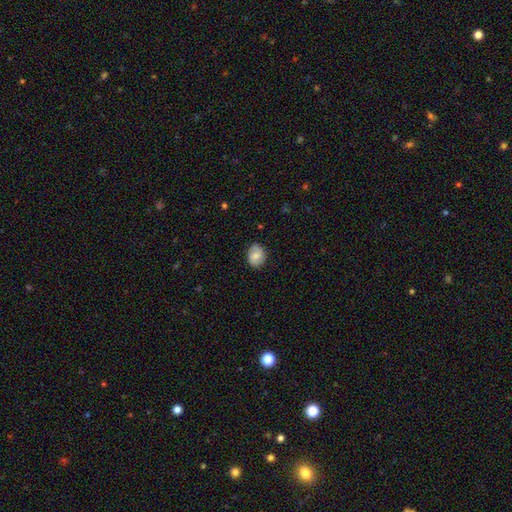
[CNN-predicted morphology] smooth 72%, featured or disk 21%, star or artifact 7%. Down the decision tree: how rounded — in between (61%); merging — none (80%).